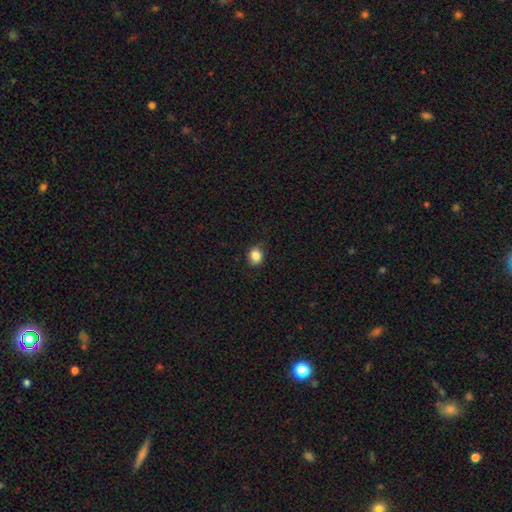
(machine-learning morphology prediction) This appears to be a smooth galaxy with no disk features (85%) that is round (75%). Merging: none (83%).